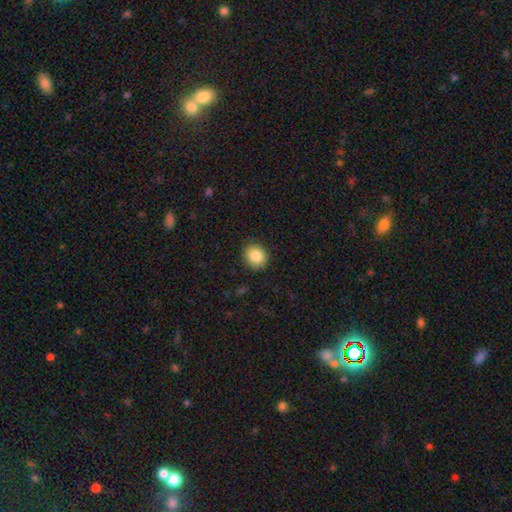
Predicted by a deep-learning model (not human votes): Smooth or featured: smooth — 85% (star or artifact — 9%)
How rounded: round — 78% (in between — 21%)
Merging: none — 89% (minor disturbance — 8%)